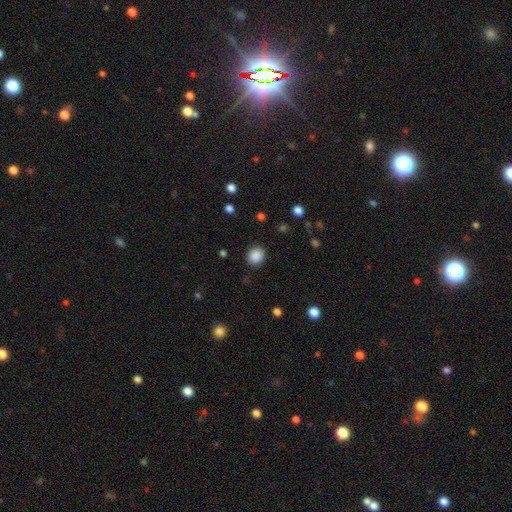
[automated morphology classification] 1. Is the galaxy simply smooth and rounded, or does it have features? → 88% smooth, 9% star or artifact, 3% featured or disk.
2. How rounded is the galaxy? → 67% round, 33% in between, 1% cigar-shaped.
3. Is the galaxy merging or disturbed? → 89% none, 7% minor disturbance, 3% major disturbance, 1% merger.